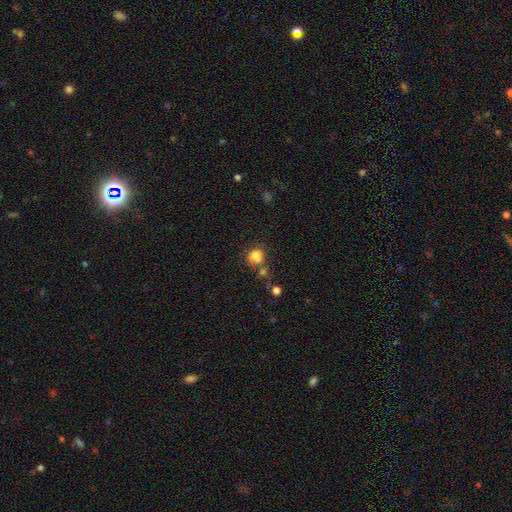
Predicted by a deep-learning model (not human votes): A smooth galaxy with no disk features (77%) that is round (70%). Merging: none (47%).